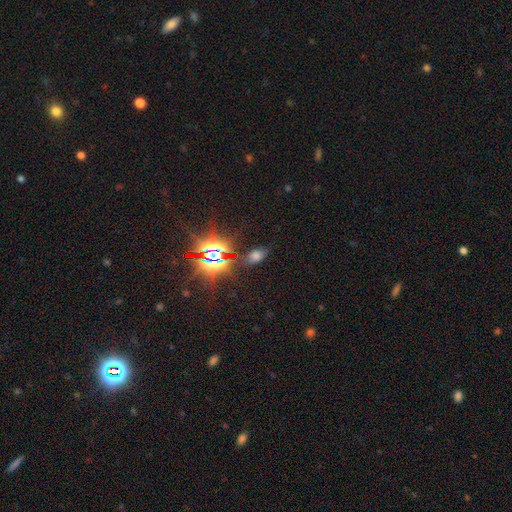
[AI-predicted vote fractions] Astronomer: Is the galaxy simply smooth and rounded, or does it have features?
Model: smooth — 49% (runner-up: star or artifact, 40%).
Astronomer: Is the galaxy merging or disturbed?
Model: none — 75%.